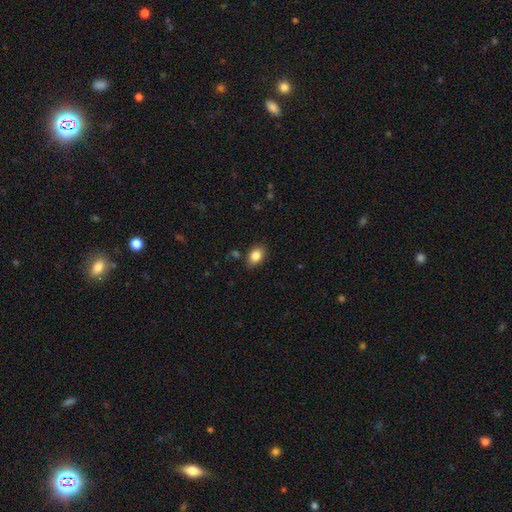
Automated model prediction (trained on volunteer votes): smooth_or_featured: smooth (p=0.84) [alt: star or artifact p=0.09]
how_rounded: in between (p=0.81) [alt: round p=0.18]
merging: none (p=0.82) [alt: minor disturbance p=0.13]